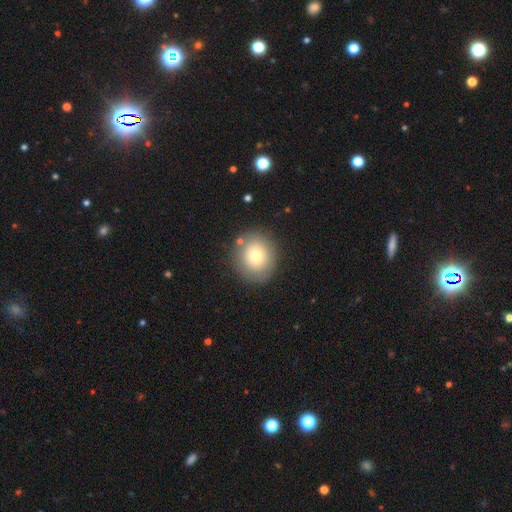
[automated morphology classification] A smooth galaxy with no disk features (74%) that is round (85%). Merging: none (84%).